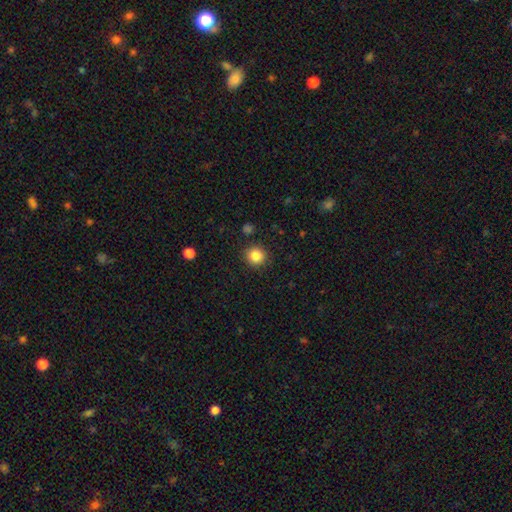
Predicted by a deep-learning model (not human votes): Smooth or featured? Predicted: smooth (p=0.85). How rounded? Predicted: round (p=0.93). Merging? Predicted: none (p=0.90).